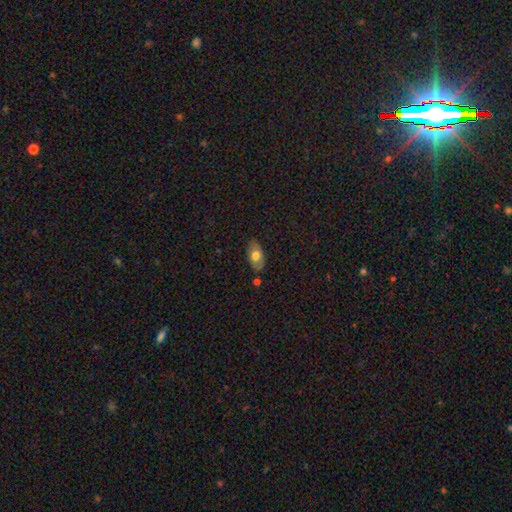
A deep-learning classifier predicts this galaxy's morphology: smooth_or_featured: smooth (p=0.69) [alt: featured or disk p=0.24]
how_rounded: in between (p=0.91) [alt: round p=0.05]
merging: none (p=0.79) [alt: minor disturbance p=0.15]